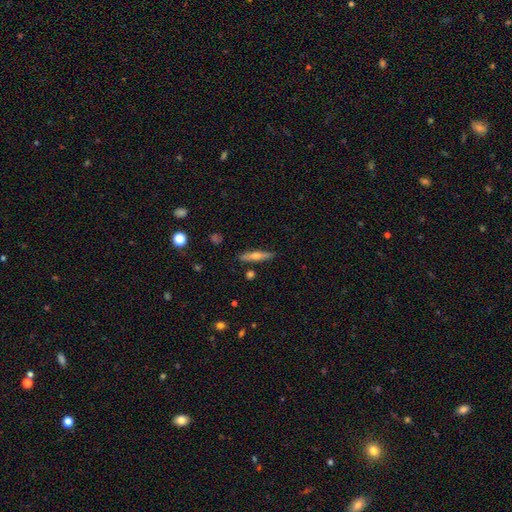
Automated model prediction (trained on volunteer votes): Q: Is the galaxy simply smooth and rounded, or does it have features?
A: featured or disk — 53%.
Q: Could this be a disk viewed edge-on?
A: yes — 94%.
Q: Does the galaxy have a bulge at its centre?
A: rounded — 88%.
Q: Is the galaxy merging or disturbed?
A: none — 88%.